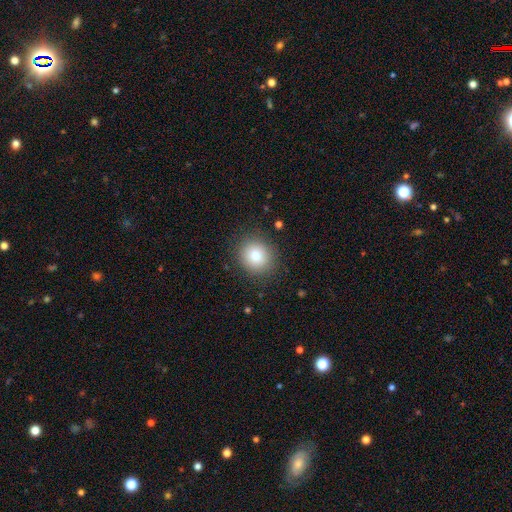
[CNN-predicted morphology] Smooth or featured?
  - smooth: 76% *
  - star or artifact: 12%
  - featured or disk: 12%
How rounded?
  - round: 87% *
  - in between: 13%
  - cigar-shaped: 1%
Merging?
  - none: 88% *
  - minor disturbance: 8%
  - major disturbance: 3%
  - merger: 1%